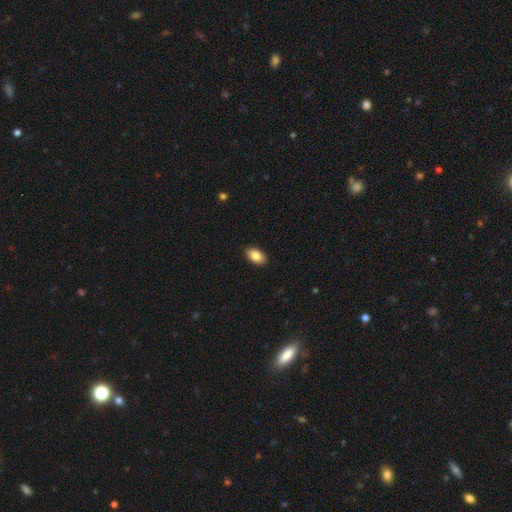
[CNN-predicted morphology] Smooth or featured?
  - smooth: 86% *
  - star or artifact: 7%
  - featured or disk: 7%
How rounded?
  - in between: 93% *
  - round: 6%
  - cigar-shaped: 2%
Merging?
  - none: 90% *
  - minor disturbance: 8%
  - major disturbance: 2%
  - merger: 1%